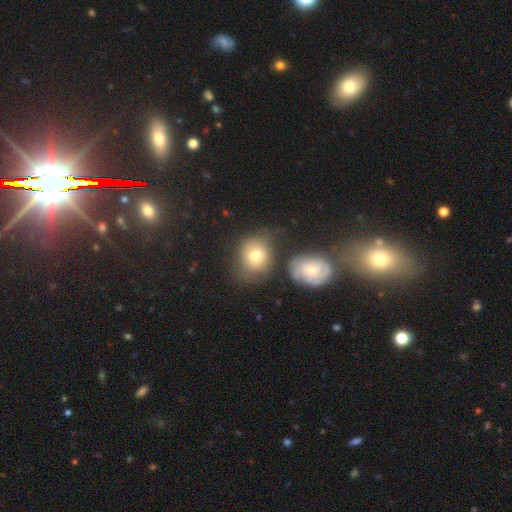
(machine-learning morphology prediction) smooth-or-featured: smooth: 74% | featured or disk: 17% | star or artifact: 9%
  how-rounded: round: 69% | in between: 30% | cigar-shaped: 1%
  merging: none: 59% | merger: 17% | minor disturbance: 17% | major disturbance: 7%